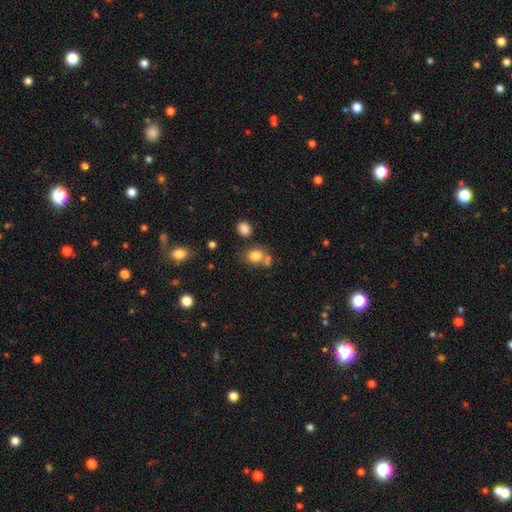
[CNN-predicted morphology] Smooth or featured? smooth (80%)
How rounded? round (63%)
Merging? none (56%)